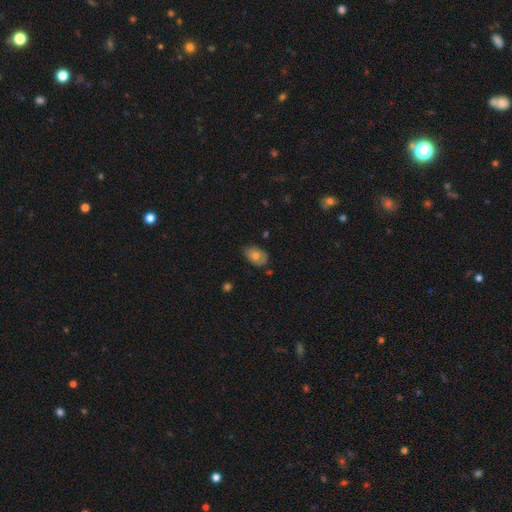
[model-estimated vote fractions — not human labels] smooth 62%, featured or disk 30%, star or artifact 8%. Down the decision tree: how rounded — in between (77%); merging — none (68%).